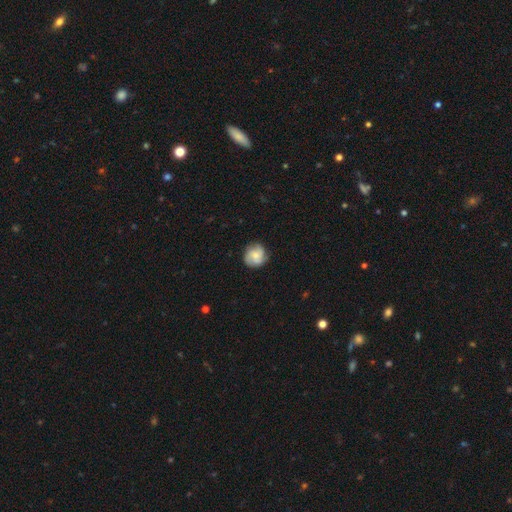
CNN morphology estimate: smooth-or-featured: smooth: 50% | featured or disk: 42% | star or artifact: 8%
  merging: none: 79% | minor disturbance: 16% | major disturbance: 4% | merger: 1%